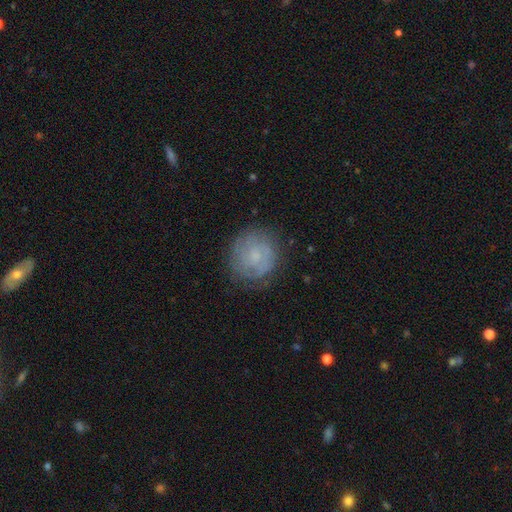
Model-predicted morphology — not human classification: Smooth or featured? smooth (48%)
Merging? none (80%)